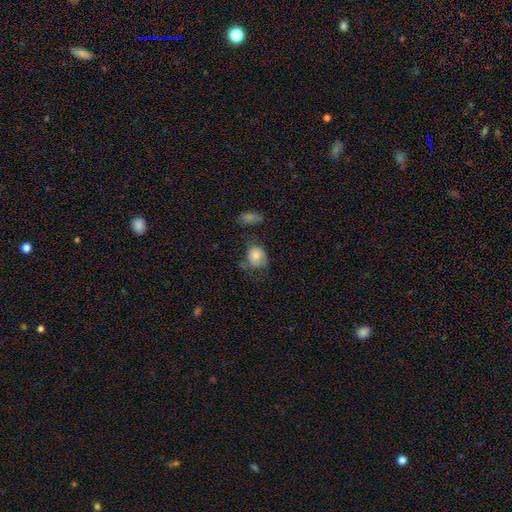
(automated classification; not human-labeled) smooth 80%, featured or disk 12%, star or artifact 8%. Down the decision tree: how rounded — round (54%); merging — none (49%).